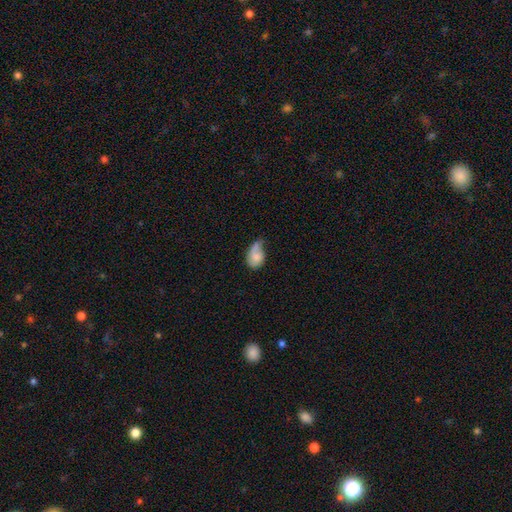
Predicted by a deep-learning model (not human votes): This is likely a smooth galaxy (67%). How rounded: likely in between (76%). Merging: marginally minor disturbance (34%).